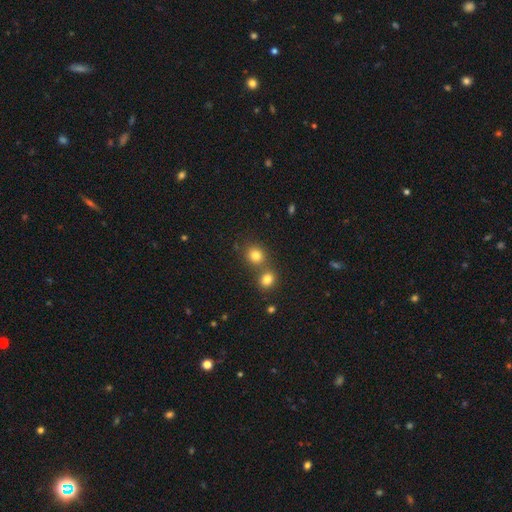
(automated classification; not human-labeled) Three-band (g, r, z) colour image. It shows a smooth galaxy with no disk features (79%) that is round (79%). Merging: none (57%).